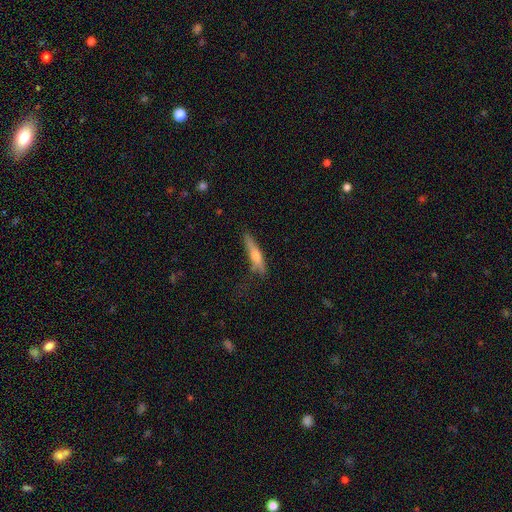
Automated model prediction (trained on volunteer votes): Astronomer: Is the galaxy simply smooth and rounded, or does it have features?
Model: smooth — 53% (runner-up: featured or disk, 40%).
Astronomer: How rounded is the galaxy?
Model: cigar-shaped — 88%.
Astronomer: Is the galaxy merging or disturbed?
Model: none — 66%.